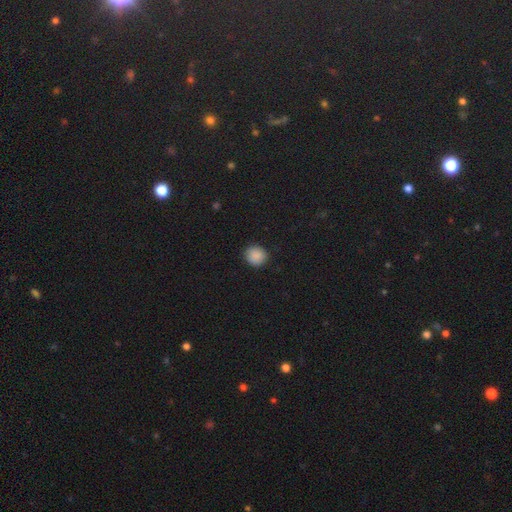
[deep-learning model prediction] Smooth or featured? Predicted: smooth (p=0.88). How rounded? Predicted: round (p=0.90). Merging? Predicted: none (p=0.90).